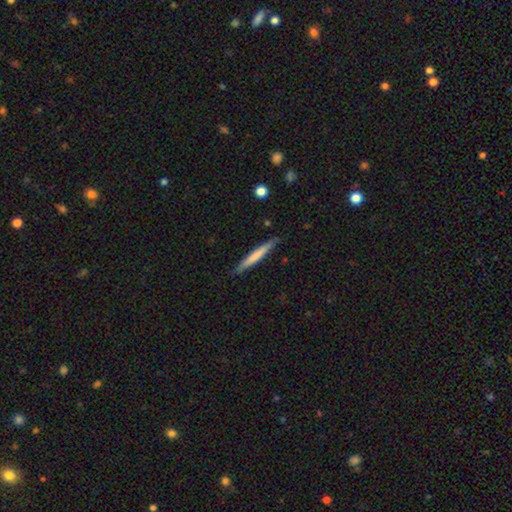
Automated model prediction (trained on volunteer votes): Smooth or featured?
  - smooth: 62% *
  - featured or disk: 33%
  - star or artifact: 5%
How rounded?
  - cigar-shaped: 96% *
  - in between: 3%
  - round: 1%
Merging?
  - none: 87% *
  - minor disturbance: 10%
  - major disturbance: 2%
  - merger: 1%